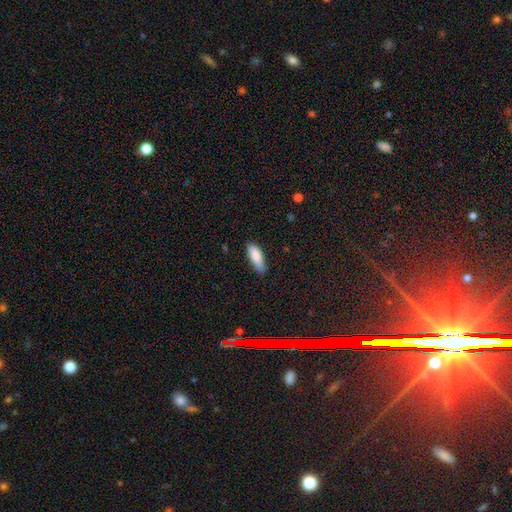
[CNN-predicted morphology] smooth 87%, featured or disk 7%, star or artifact 6%. Down the decision tree: how rounded — in between (64%); merging — none (79%).